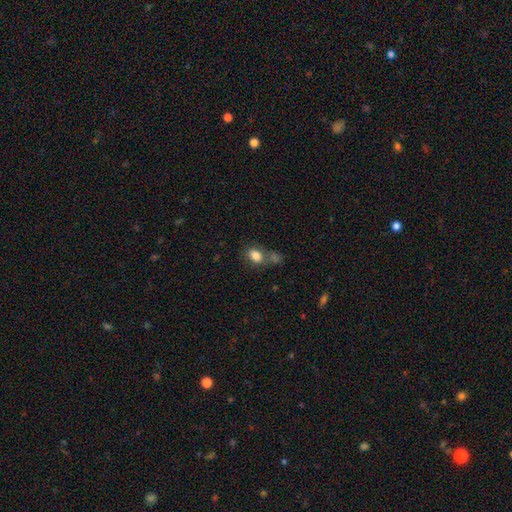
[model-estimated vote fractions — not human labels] Smooth or featured? Predicted: smooth (p=0.83). How rounded? Predicted: in between (p=0.69). Merging? Predicted: none (p=0.48).